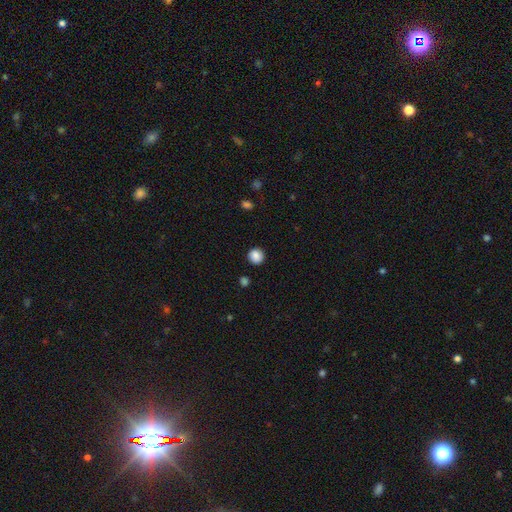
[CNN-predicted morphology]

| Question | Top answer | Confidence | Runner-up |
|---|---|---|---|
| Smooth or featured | smooth | 87% | star or artifact (9%) |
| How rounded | round | 91% | in between (8%) |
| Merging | none | 90% | minor disturbance (7%) |